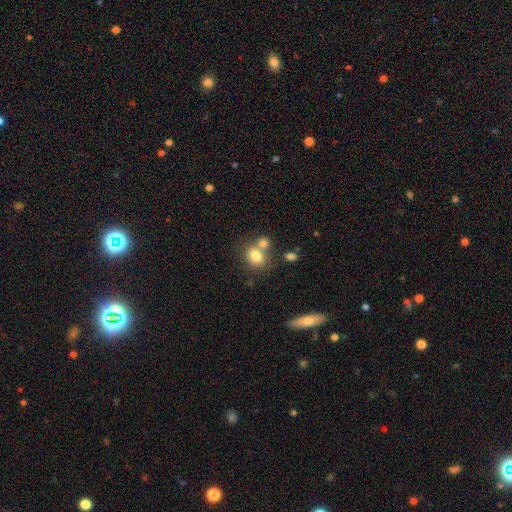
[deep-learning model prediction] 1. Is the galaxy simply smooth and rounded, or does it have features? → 78% smooth, 12% featured or disk, 10% star or artifact.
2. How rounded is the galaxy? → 54% round, 45% in between, 1% cigar-shaped.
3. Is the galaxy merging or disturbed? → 48% none, 38% merger, 10% minor disturbance, 4% major disturbance.